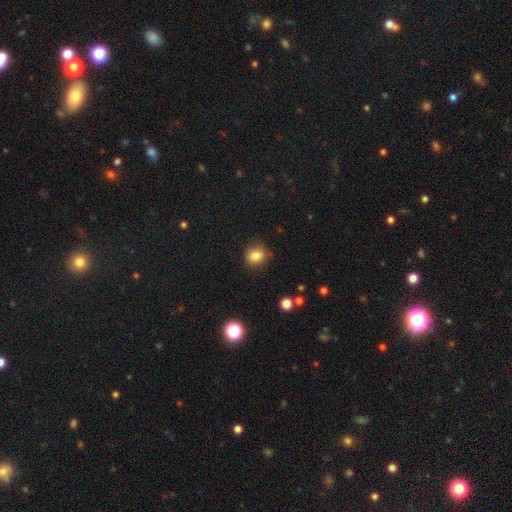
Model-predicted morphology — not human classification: Smooth or featured? Predicted: smooth (p=0.84). How rounded? Predicted: round (p=0.66). Merging? Predicted: none (p=0.81).